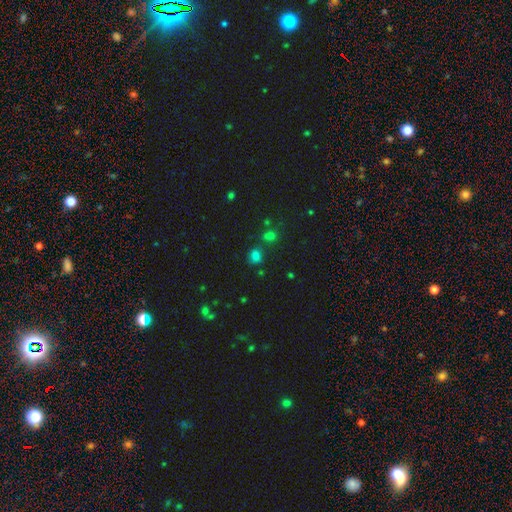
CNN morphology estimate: Overall: smooth (70%). How rounded: round (56%; in between 43%). Merging: none (72%).